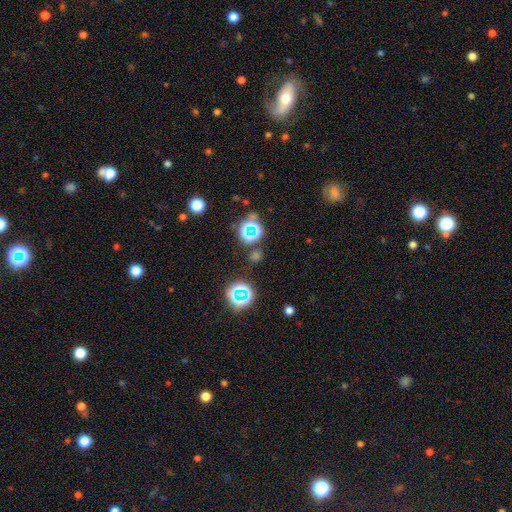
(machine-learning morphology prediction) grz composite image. It shows a star or artifact, not a galaxy (65%).